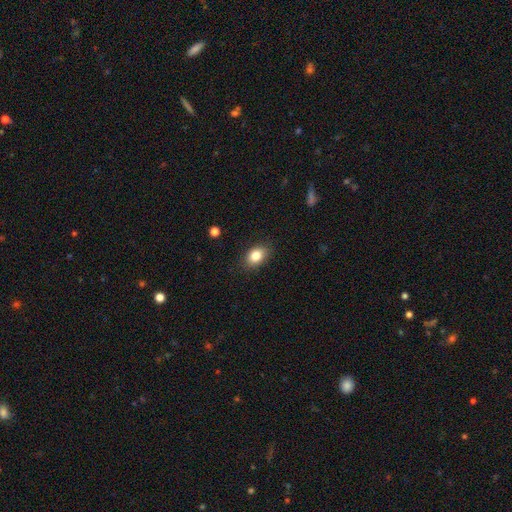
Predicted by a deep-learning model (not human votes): Morphology: type=smooth (83%); roundness=in between (79%); merging=none (85%).